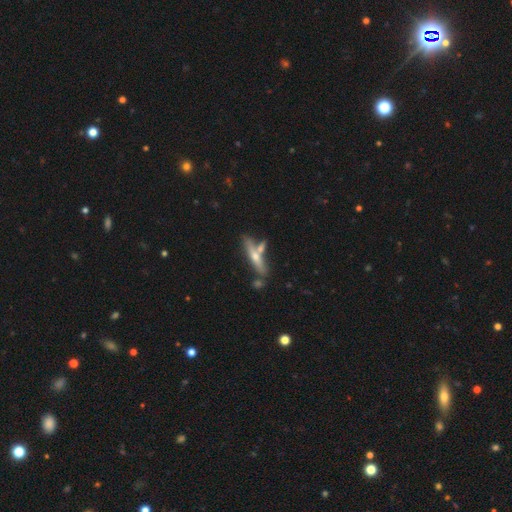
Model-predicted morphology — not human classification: featured or disk 52%, smooth 41%, star or artifact 7%. Down the decision tree: edge-on disk — yes (90%); merging — none (59%).